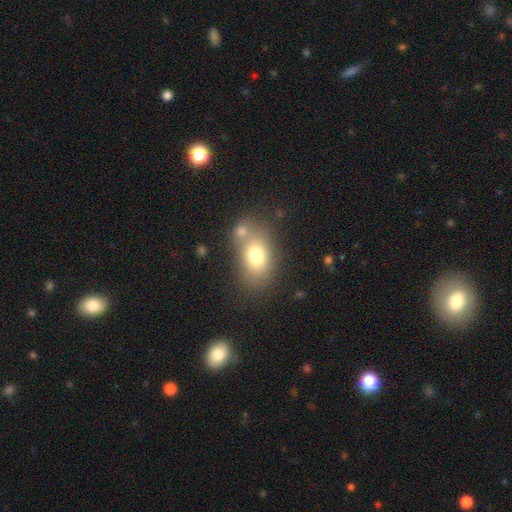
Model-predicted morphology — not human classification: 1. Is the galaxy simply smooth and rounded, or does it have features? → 73% smooth, 16% featured or disk, 11% star or artifact.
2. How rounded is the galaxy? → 80% in between, 18% round, 2% cigar-shaped.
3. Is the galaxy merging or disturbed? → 56% none, 24% merger, 13% minor disturbance, 6% major disturbance.